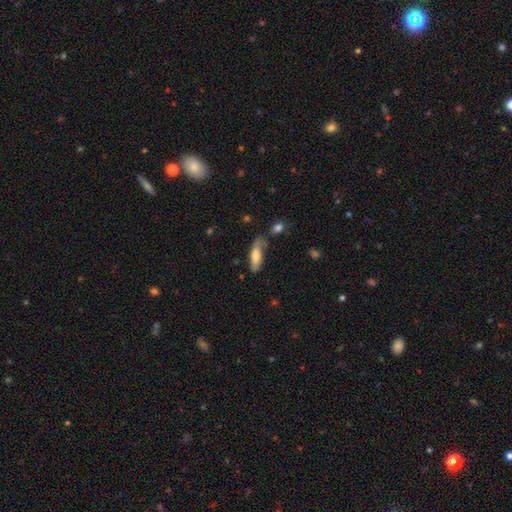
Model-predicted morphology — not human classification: Smooth or featured? Predicted: smooth (p=0.68). How rounded? Predicted: in between (p=0.58). Merging? Predicted: none (p=0.55).